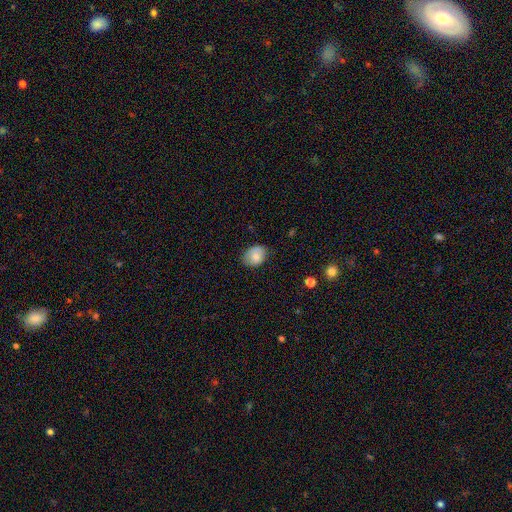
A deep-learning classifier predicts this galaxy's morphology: A smooth galaxy with no disk features (79%) that is in between round and cigar-shaped (60%). Merging: none (69%).